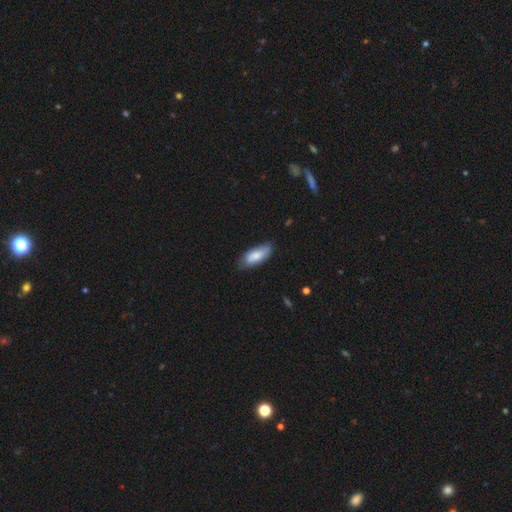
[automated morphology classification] Overall: smooth (79%). How rounded: in between (78%). Merging: none (72%).